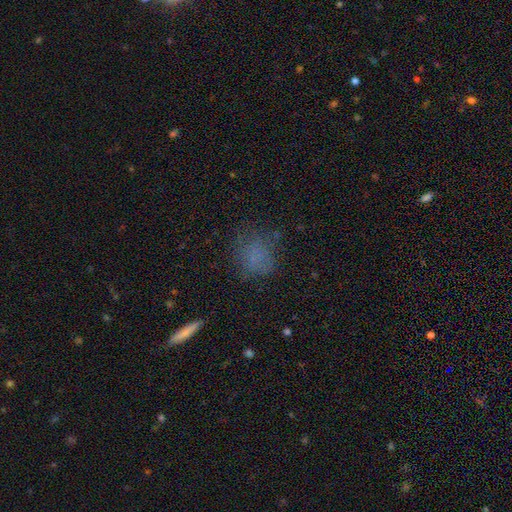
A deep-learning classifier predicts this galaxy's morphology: Smooth or featured? smooth (68%)
How rounded? round (75%)
Merging? none (67%)